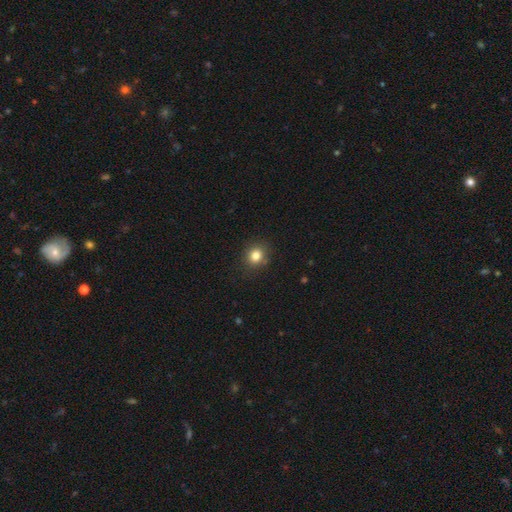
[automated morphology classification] Q: Smooth or featured?
A: smooth (83%); runner-up: star or artifact (11%)
Q: How rounded?
A: round (77%); runner-up: in between (23%)
Q: Merging?
A: none (88%); runner-up: minor disturbance (8%)